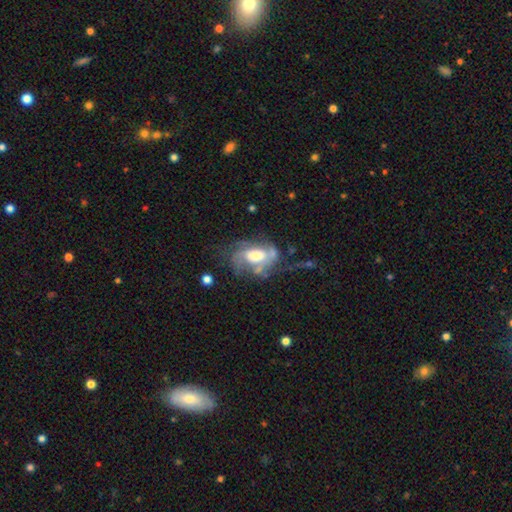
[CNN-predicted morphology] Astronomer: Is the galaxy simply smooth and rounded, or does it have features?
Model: featured or disk — 71%.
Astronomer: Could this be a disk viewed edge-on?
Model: no — 96%.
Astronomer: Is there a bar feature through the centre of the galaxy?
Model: no — 53% (runner-up: weak, 33%).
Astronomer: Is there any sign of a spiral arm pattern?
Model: yes — 79%.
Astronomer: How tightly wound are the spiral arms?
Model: medium — 43% (runner-up: tight, 31%).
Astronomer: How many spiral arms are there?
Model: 2 — 39% (runner-up: can't tell, 30%).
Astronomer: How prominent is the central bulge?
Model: large — 45% (runner-up: moderate, 40%).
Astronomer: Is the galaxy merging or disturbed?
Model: none — 38% (runner-up: major disturbance, 33%).